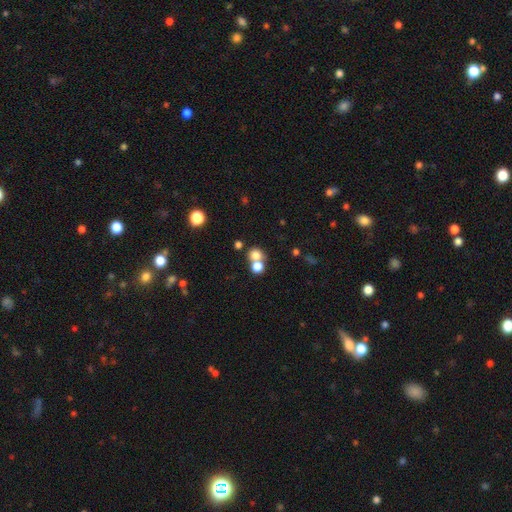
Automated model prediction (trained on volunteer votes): Q: Smooth or featured?
A: smooth (75%); runner-up: star or artifact (14%)
Q: How rounded?
A: round (80%); runner-up: in between (19%)
Q: Merging?
A: merger (47%); runner-up: none (43%)